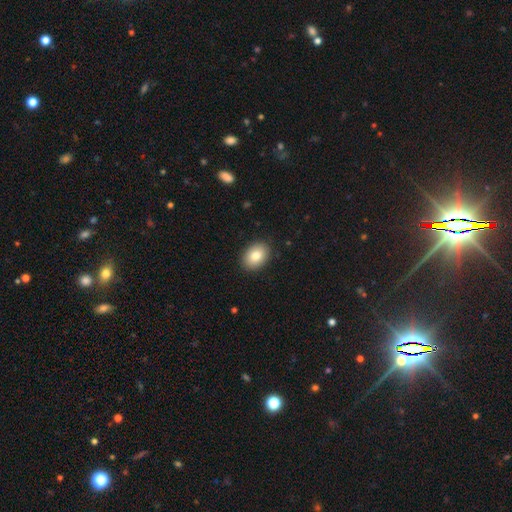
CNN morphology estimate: smooth-or-featured: smooth: 82% | featured or disk: 10% | star or artifact: 8%
  how-rounded: in between: 73% | round: 26% | cigar-shaped: 1%
  merging: none: 90% | minor disturbance: 7% | major disturbance: 2% | merger: 1%